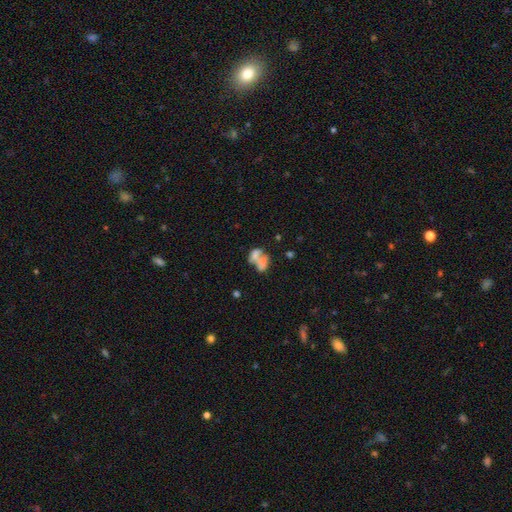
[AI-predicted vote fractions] Q: Smooth or featured?
A: smooth (56%); runner-up: featured or disk (33%)
Q: How rounded?
A: in between (75%); runner-up: round (22%)
Q: Merging?
A: merger (59%); runner-up: none (19%)